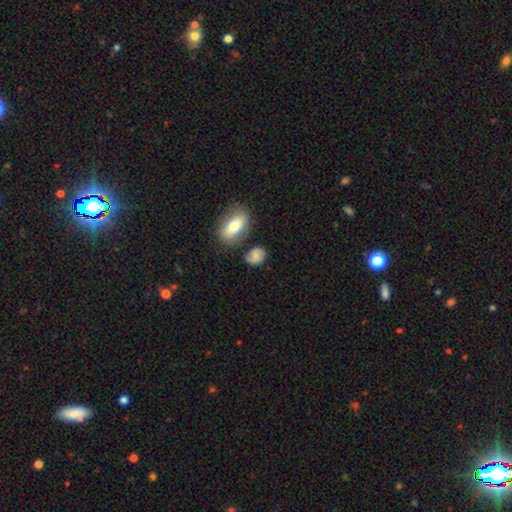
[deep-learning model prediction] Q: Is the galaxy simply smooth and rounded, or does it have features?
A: smooth — 74%.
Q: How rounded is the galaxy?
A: in between — 53%.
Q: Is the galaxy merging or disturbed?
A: none — 68%.